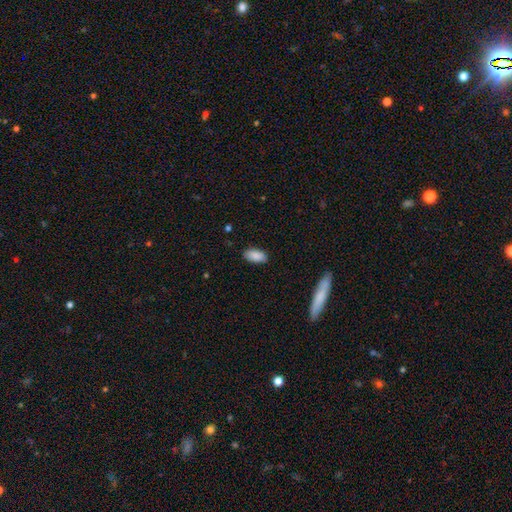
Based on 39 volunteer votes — Smooth or featured? 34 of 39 (87%) said smooth. How rounded? 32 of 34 (94%) said in between. Merging? 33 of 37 (89%) said none.